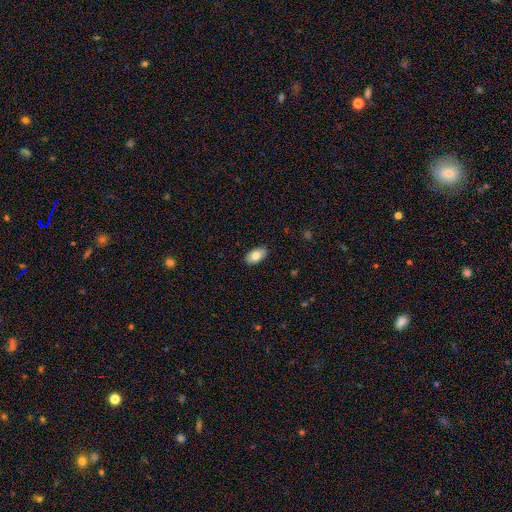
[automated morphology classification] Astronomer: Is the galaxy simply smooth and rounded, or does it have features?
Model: smooth — 79%.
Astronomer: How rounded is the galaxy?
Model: in between — 94%.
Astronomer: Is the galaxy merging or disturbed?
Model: none — 88%.